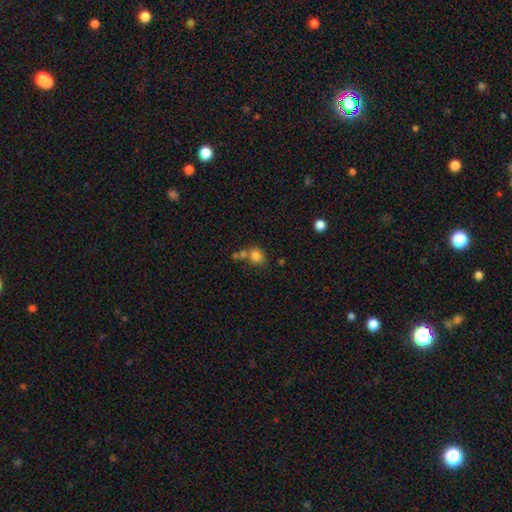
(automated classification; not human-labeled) smooth 80%, star or artifact 12%, featured or disk 8%. Down the decision tree: how rounded — round (70%); merging — none (53%).